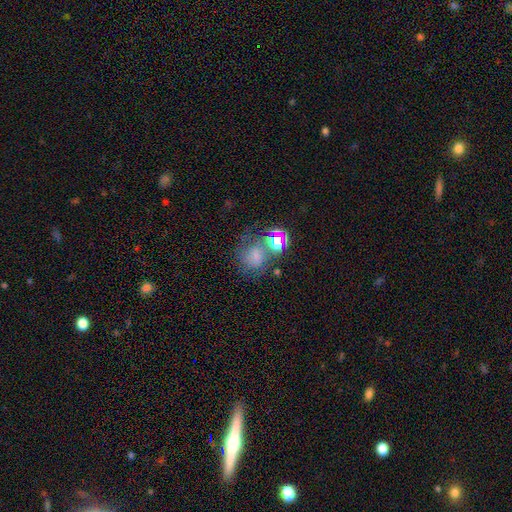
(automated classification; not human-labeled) smooth-or-featured: smooth: 50% | star or artifact: 30% | featured or disk: 20%
  merging: none: 47% | merger: 20% | minor disturbance: 18% | major disturbance: 15%